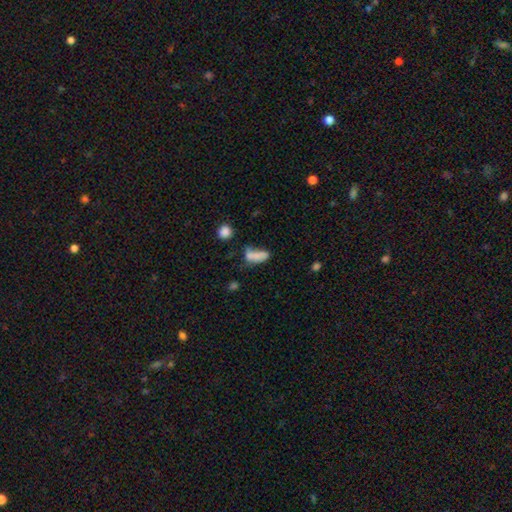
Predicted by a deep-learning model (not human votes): A smooth galaxy with no disk features (69%) that is in between round and cigar-shaped (72%). Merging: none (29%).